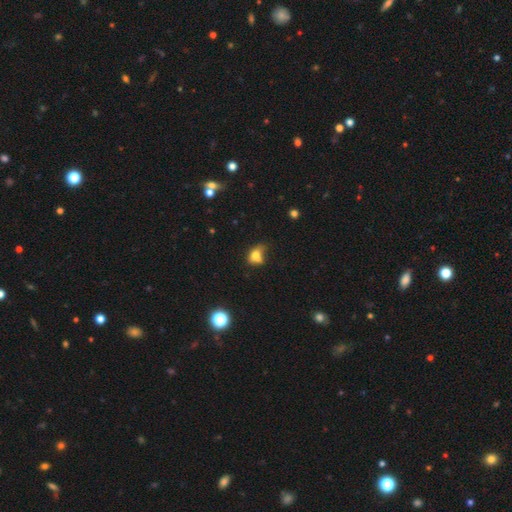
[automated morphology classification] Smooth or featured? Predicted: smooth (p=0.73). How rounded? Predicted: in between (p=0.63). Merging? Predicted: none (p=0.31).